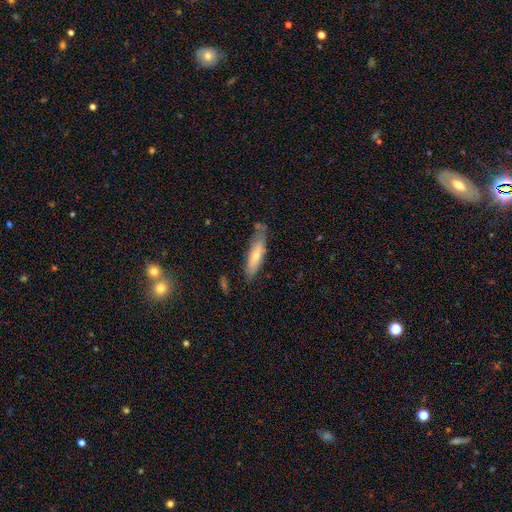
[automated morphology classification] Smooth or featured: smooth — 65% (featured or disk — 29%)
How rounded: cigar-shaped — 69% (in between — 30%)
Merging: none — 68% (minor disturbance — 23%)